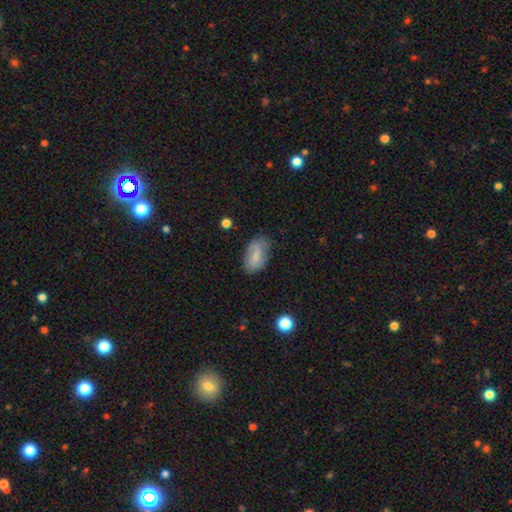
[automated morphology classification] Smooth or featured? Predicted: smooth (p=0.75). How rounded? Predicted: in between (p=0.93). Merging? Predicted: none (p=0.68).